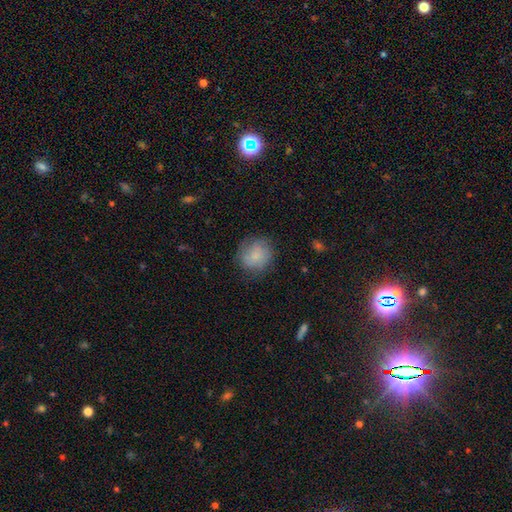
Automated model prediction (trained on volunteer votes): The model was most divided on "merging": none: 72%, minor disturbance: 20%, major disturbance: 7%, merger: 1%. More confident: how rounded — round (81%); smooth or featured — smooth (75%).